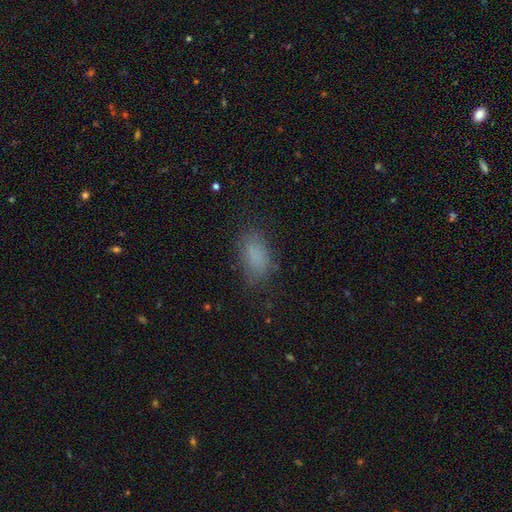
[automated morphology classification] Smooth or featured? Predicted: smooth (p=0.82). How rounded? Predicted: in between (p=0.90). Merging? Predicted: none (p=0.74).